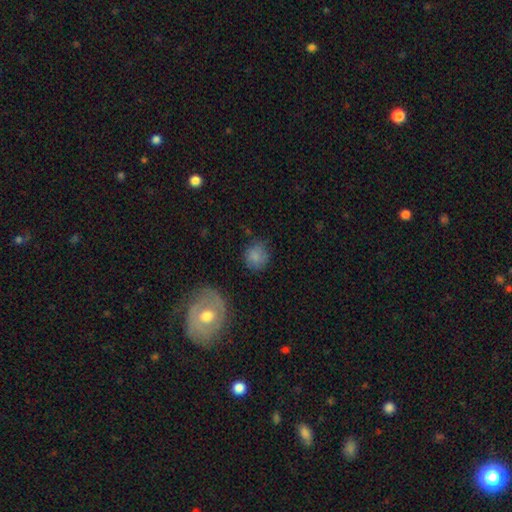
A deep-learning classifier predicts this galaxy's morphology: A smooth galaxy with no disk features (80%) that is round (84%).

Vote fractions:
- Smooth or featured? smooth: 80% / featured or disk: 10% / star or artifact: 10%
- How rounded? round: 84% / in between: 15% / cigar-shaped: 1%
- Merging? none: 71% / minor disturbance: 19% / major disturbance: 6% / merger: 4%